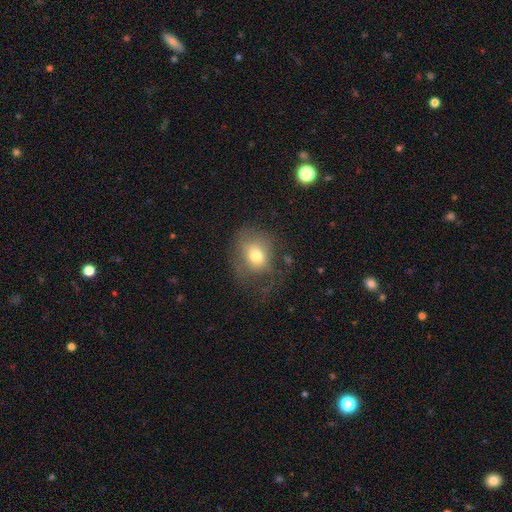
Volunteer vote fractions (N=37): Q: Smooth or featured?
A: smooth (70%); runner-up: featured or disk (22%)
Q: How rounded?
A: round (62%); runner-up: in between (38%)
Q: Merging?
A: none (47%); runner-up: minor disturbance (26%)